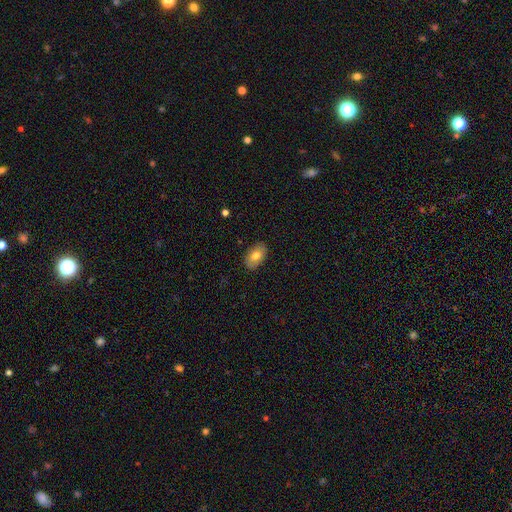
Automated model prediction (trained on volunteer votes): Q: Smooth or featured?
A: smooth (73%); runner-up: featured or disk (20%)
Q: How rounded?
A: in between (91%); runner-up: round (7%)
Q: Merging?
A: none (86%); runner-up: minor disturbance (11%)